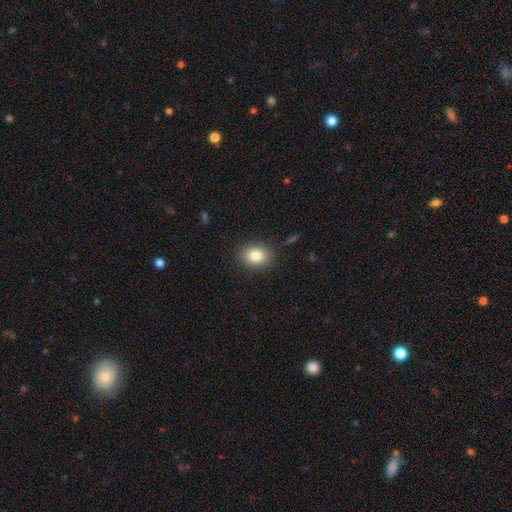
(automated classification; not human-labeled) Overall: smooth (82%). How rounded: in between (63%; round 35%). Merging: none (87%).